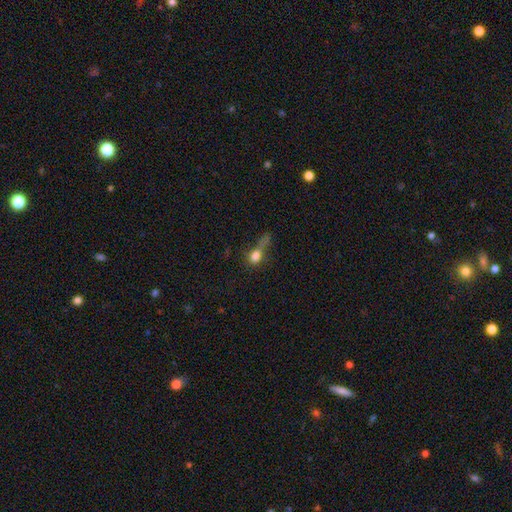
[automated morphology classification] A smooth galaxy with no disk features (71%) that is in between round and cigar-shaped (49%).

Vote fractions:
- Smooth or featured? smooth: 71% / featured or disk: 15% / star or artifact: 14%
- How rounded? in between: 49% / round: 39% / cigar-shaped: 12%
- Merging? major disturbance: 38% / none: 24% / merger: 19% / minor disturbance: 19%